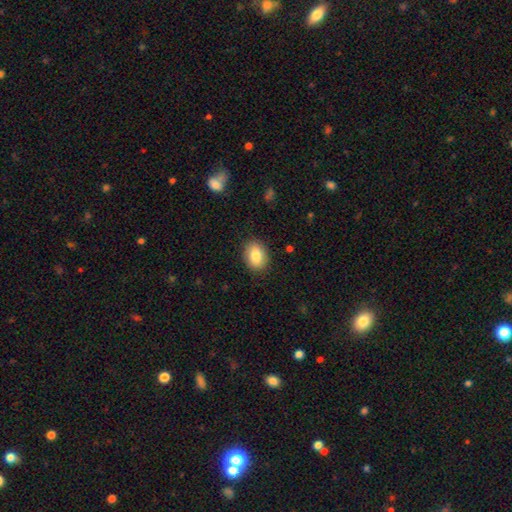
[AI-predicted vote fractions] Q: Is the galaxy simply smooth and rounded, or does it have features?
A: smooth — 83%.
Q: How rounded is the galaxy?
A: in between — 75%.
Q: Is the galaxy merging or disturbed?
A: none — 88%.